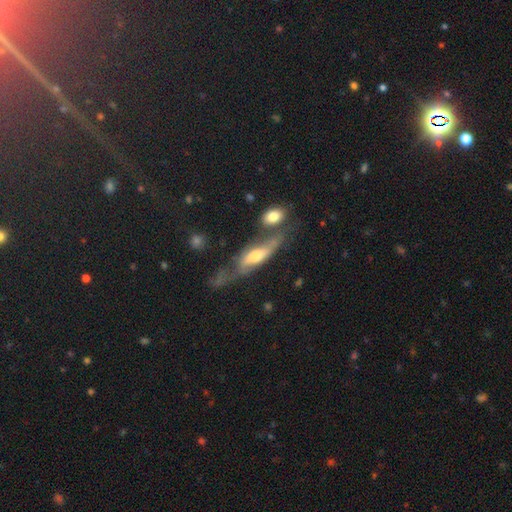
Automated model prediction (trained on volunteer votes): This is possibly a featured or disk galaxy (58%). It is possibly viewed edge-on (53%). Merging: marginally none (36%).